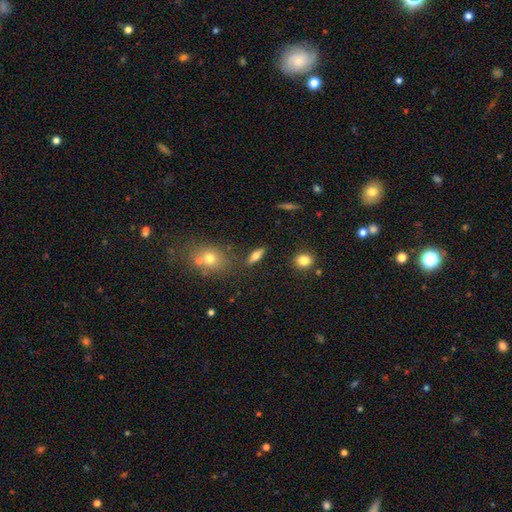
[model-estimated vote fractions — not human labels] smooth 61%, featured or disk 29%, star or artifact 10%. Down the decision tree: how rounded — in between (52%); merging — none (81%).